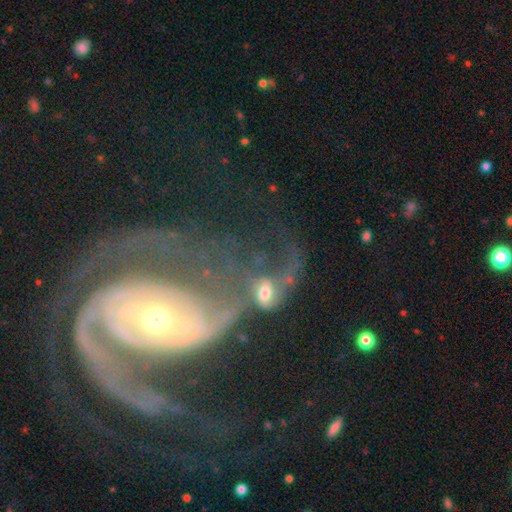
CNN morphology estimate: smooth_or_featured: featured or disk (p=0.85) [alt: star or artifact p=0.08]
disk_edge_on: no (p=0.97) [alt: yes p=0.03]
bar: no (p=0.36) [alt: weak p=0.35]
has_spiral_arms: yes (p=0.93) [alt: no p=0.07]
spiral_winding: medium (p=0.43) [alt: tight p=0.34]
spiral_arm_count: 2 (p=0.58) [alt: can't tell p=0.15]
bulge_size: small (p=0.55) [alt: moderate p=0.38]
merging: major disturbance (p=0.33) [alt: none p=0.31]